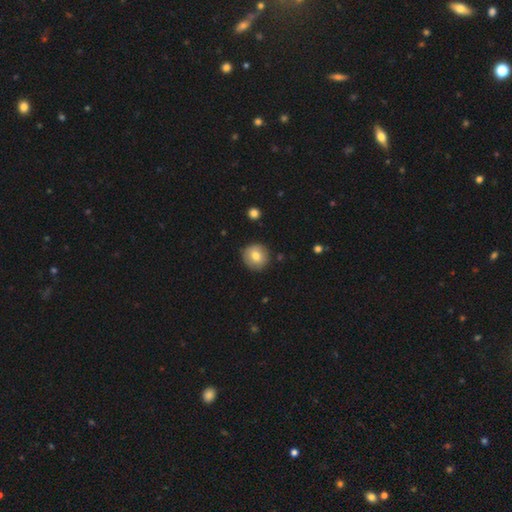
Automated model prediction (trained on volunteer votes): Q: Smooth or featured?
A: smooth (75%); runner-up: featured or disk (16%)
Q: How rounded?
A: round (93%); runner-up: in between (6%)
Q: Merging?
A: none (88%); runner-up: minor disturbance (9%)